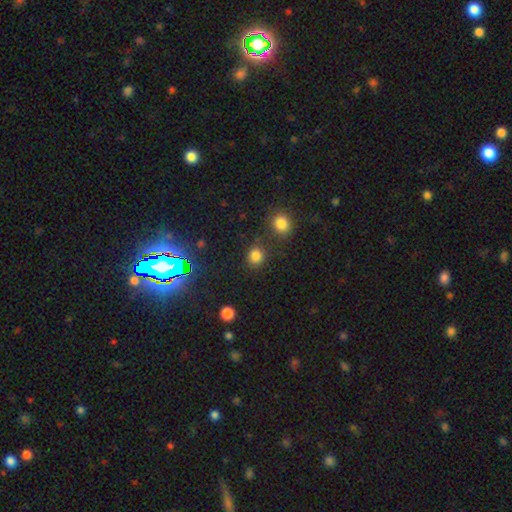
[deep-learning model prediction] A smooth galaxy with no disk features (80%) that is round (82%).

Vote fractions:
- Smooth or featured? smooth: 80% / star or artifact: 16% / featured or disk: 5%
- How rounded? round: 82% / in between: 17% / cigar-shaped: 1%
- Merging? none: 81% / minor disturbance: 9% / merger: 7% / major disturbance: 3%